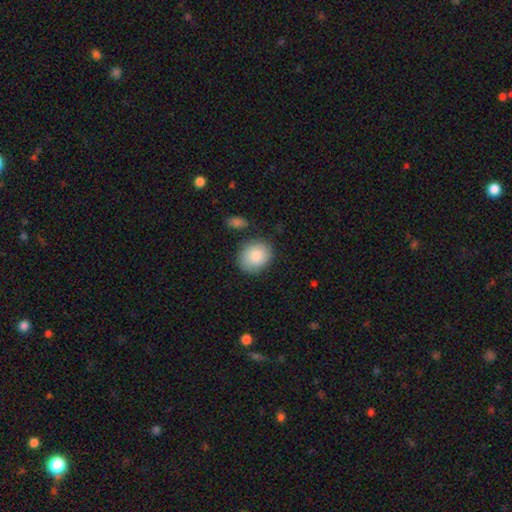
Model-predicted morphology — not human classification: Smooth or featured? smooth (85%)
How rounded? round (69%)
Merging? none (79%)